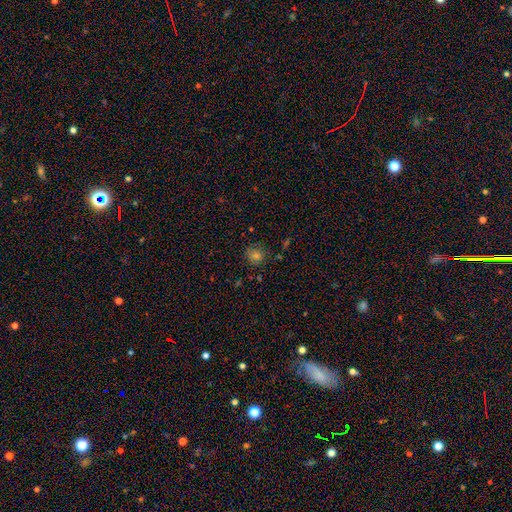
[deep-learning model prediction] Smooth or featured? smooth (68%)
How rounded? round (85%)
Merging? none (81%)